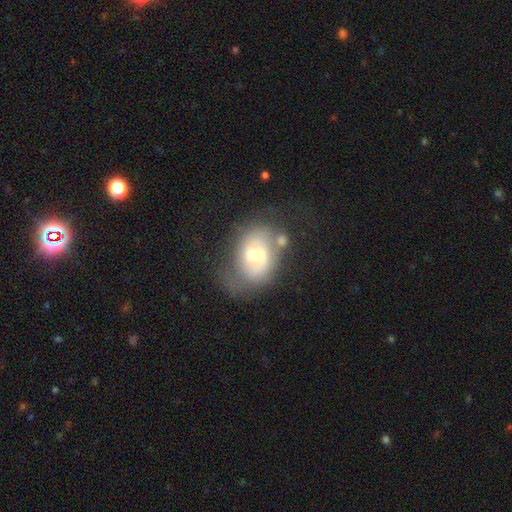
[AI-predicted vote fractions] The model was most divided on "smooth or featured": featured or disk: 51%, smooth: 41%, star or artifact: 8%. Remaining: edge-on disk — no (95%); merging — none (43%).